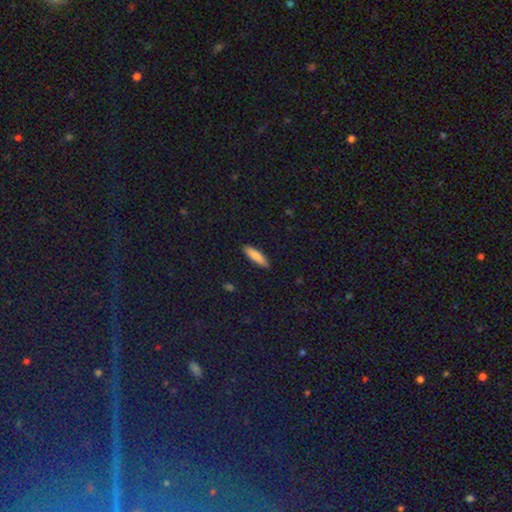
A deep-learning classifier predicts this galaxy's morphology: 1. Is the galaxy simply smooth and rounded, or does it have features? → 84% smooth, 9% featured or disk, 6% star or artifact.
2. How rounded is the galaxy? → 63% cigar-shaped, 35% in between, 2% round.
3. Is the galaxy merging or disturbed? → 89% none, 9% minor disturbance, 2% major disturbance, 1% merger.